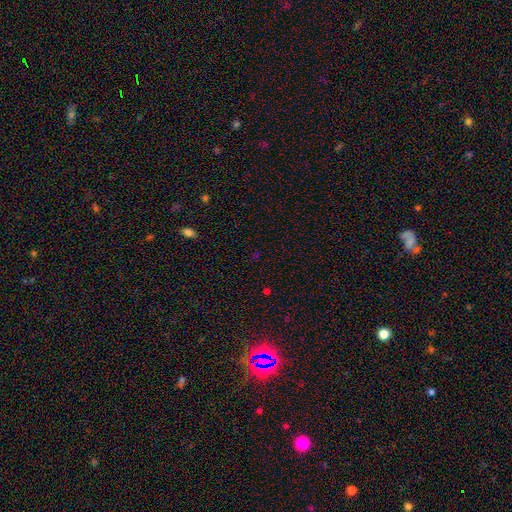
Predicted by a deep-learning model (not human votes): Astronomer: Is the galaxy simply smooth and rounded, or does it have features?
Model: star or artifact — 61%.